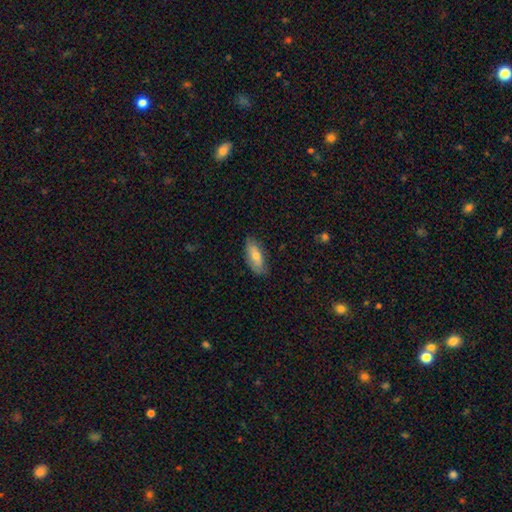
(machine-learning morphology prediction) type=smooth (69%); roundness=in between (82%); merging=none (80%).